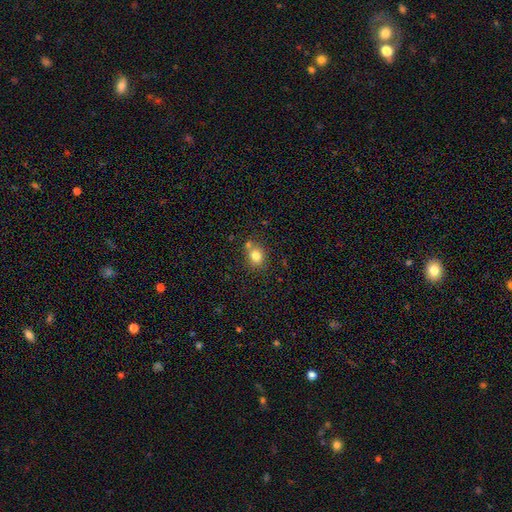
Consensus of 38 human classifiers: smooth-or-featured: smooth: 79% | featured or disk: 11% | star or artifact: 11%
  how-rounded: round: 53% | in between: 47% | cigar-shaped: 0%
  merging: none: 68% | minor disturbance: 15% | merger: 15% | major disturbance: 3%